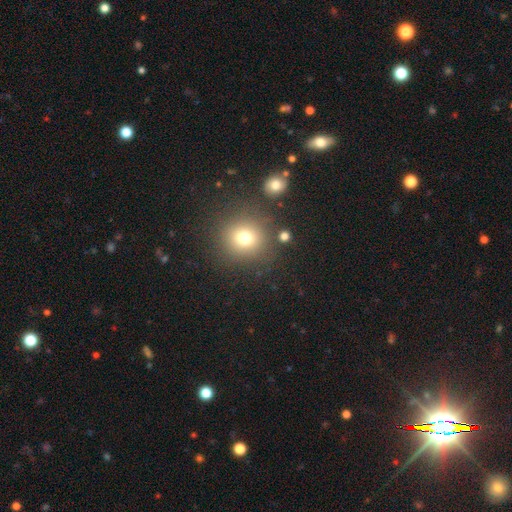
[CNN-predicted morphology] This is likely a smooth galaxy (60%). How rounded: clearly round (90%). Merging: clearly none (86%).